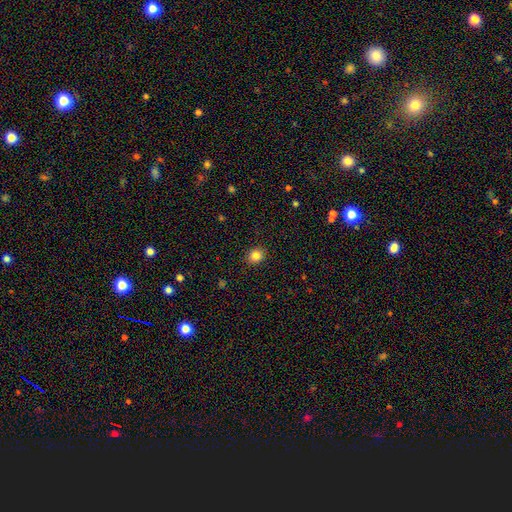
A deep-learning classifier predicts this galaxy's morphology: smooth 84%, star or artifact 11%, featured or disk 5%. Down the decision tree: how rounded — round (67%); merging — none (90%).